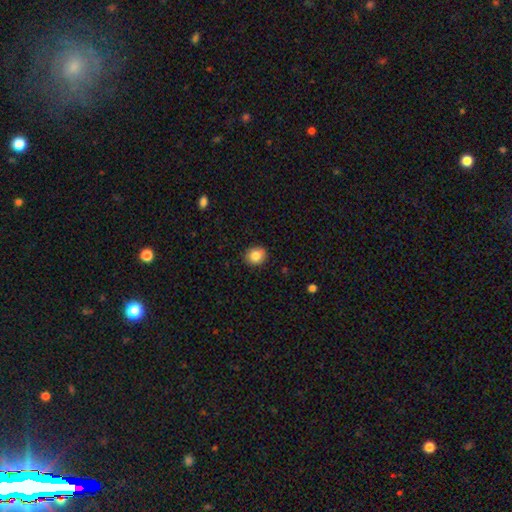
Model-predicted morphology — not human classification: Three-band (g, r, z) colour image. It shows a smooth galaxy with no disk features (84%) that is round (74%). Merging: none (90%).